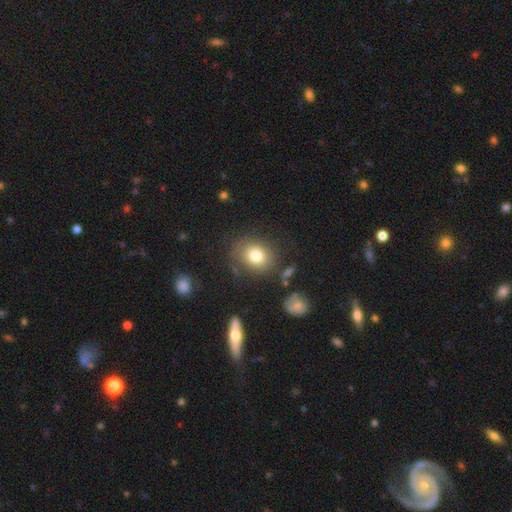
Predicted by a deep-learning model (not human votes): smooth-or-featured: smooth: 79% | featured or disk: 11% | star or artifact: 10%
  how-rounded: round: 59% | in between: 40% | cigar-shaped: 1%
  merging: none: 76% | minor disturbance: 14% | major disturbance: 6% | merger: 4%